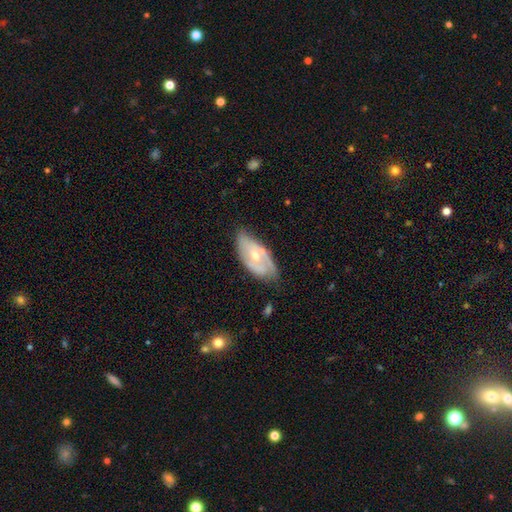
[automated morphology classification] Smooth or featured?
  - featured or disk: 64% *
  - smooth: 30%
  - star or artifact: 6%
Edge-on disk?
  - no: 90% *
  - yes: 10%
Bar?
  - no: 57% *
  - weak: 34%
  - strong: 9%
Spiral arms?
  - yes: 69% *
  - no: 31%
Bulge size?
  - moderate: 50% *
  - small: 44%
  - none: 3%
  - large: 2%
  - dominant: 1%
Merging?
  - none: 56% *
  - minor disturbance: 28%
  - major disturbance: 8%
  - merger: 8%